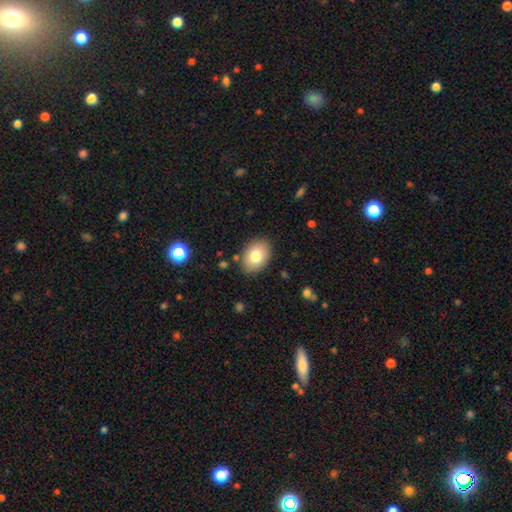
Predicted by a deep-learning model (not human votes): Smooth or featured? Predicted: smooth (p=0.79). How rounded? Predicted: in between (p=0.81). Merging? Predicted: none (p=0.86).